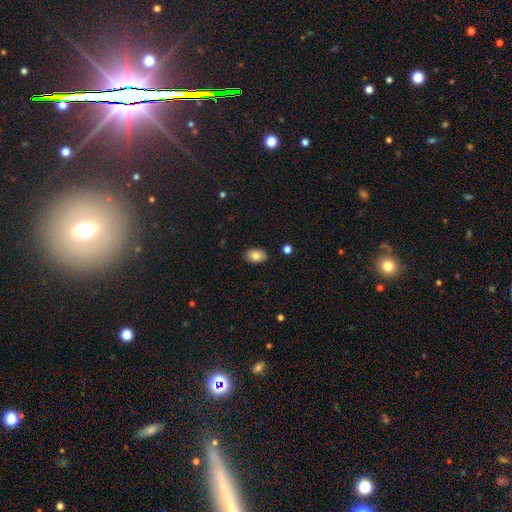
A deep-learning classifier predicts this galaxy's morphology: A smooth galaxy with no disk features (82%) that is in between round and cigar-shaped (88%).

Vote fractions:
- Smooth or featured? smooth: 82% / featured or disk: 10% / star or artifact: 8%
- How rounded? in between: 88% / round: 10% / cigar-shaped: 1%
- Merging? none: 86% / minor disturbance: 11% / major disturbance: 2% / merger: 1%